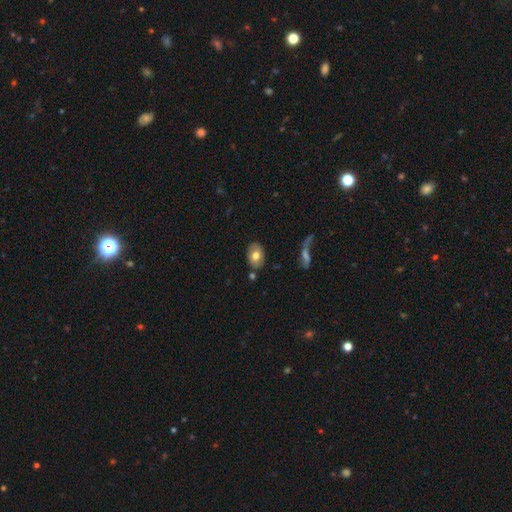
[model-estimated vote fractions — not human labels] Q: Smooth or featured?
A: smooth (67%); runner-up: featured or disk (25%)
Q: How rounded?
A: in between (80%); runner-up: round (19%)
Q: Merging?
A: none (80%); runner-up: minor disturbance (12%)